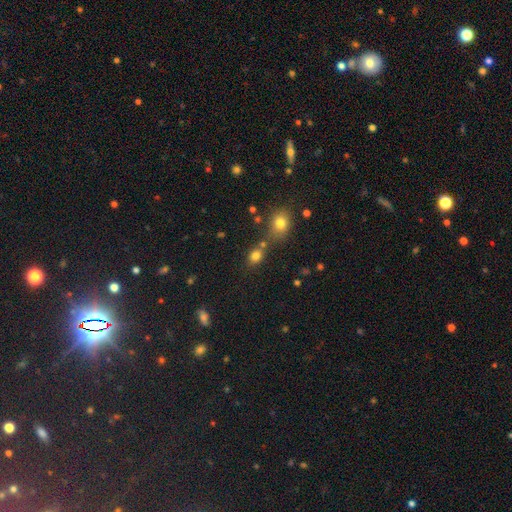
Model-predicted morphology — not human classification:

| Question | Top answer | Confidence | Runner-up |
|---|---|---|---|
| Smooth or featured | smooth | 79% | star or artifact (14%) |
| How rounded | in between | 54% | round (44%) |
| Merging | none | 57% | merger (26%) |